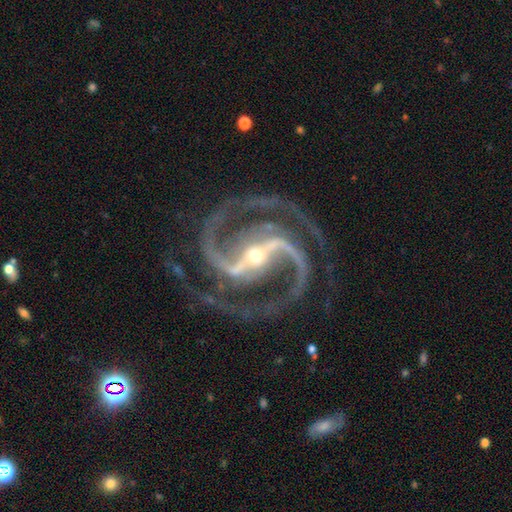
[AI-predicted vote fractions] Q: Smooth or featured?
A: featured or disk (94%); runner-up: star or artifact (4%)
Q: Edge-on disk?
A: no (98%); runner-up: yes (2%)
Q: Bar?
A: strong (75%); runner-up: weak (18%)
Q: Spiral arms?
A: yes (99%); runner-up: no (1%)
Q: Spiral winding?
A: medium (66%); runner-up: tight (26%)
Q: Spiral arm count?
A: 2 (86%); runner-up: 3 (7%)
Q: Bulge size?
A: small (63%); runner-up: moderate (34%)
Q: Merging?
A: none (79%); runner-up: minor disturbance (13%)